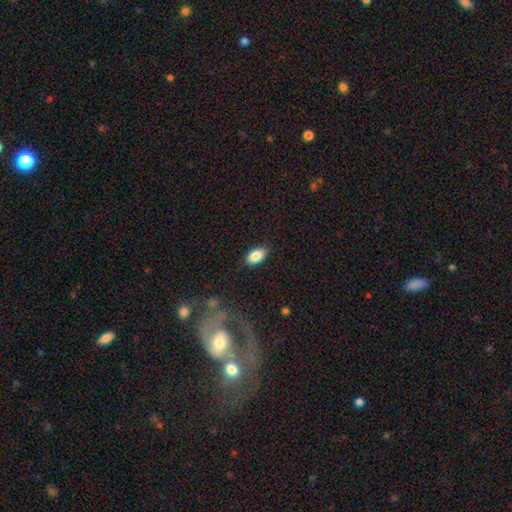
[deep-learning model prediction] This appears to be a smooth galaxy with no disk features (85%) that is in between round and cigar-shaped (92%). Merging: none (86%).